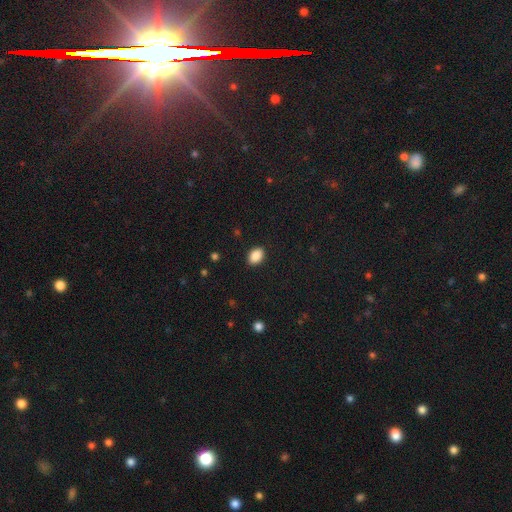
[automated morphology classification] Q: Smooth or featured?
A: smooth (89%); runner-up: star or artifact (8%)
Q: How rounded?
A: in between (83%); runner-up: round (16%)
Q: Merging?
A: none (89%); runner-up: minor disturbance (8%)